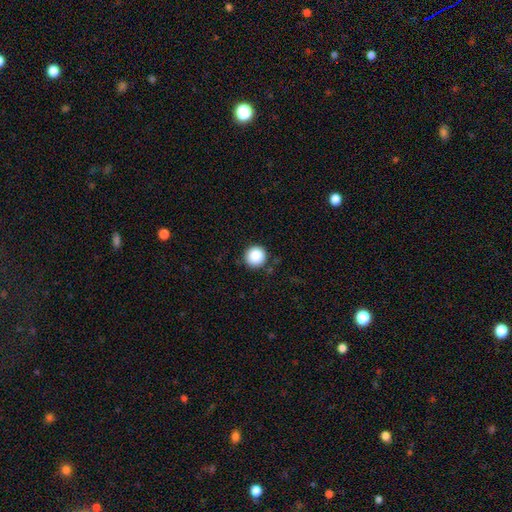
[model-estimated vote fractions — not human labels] Morphology: type=smooth (88%); roundness=round (95%); merging=none (89%).